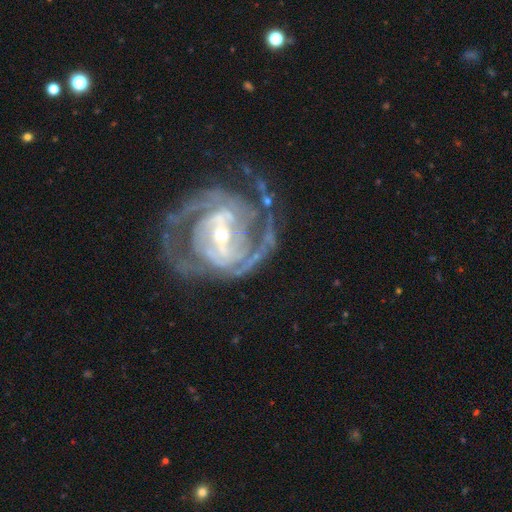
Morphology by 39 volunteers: Smooth or featured? featured or disk (95%)
Edge-on disk? no (100%)
Bar? strong (57%)
Spiral arms? yes (97%)
Spiral winding? tight (53%)
Spiral arm count? 2 (67%)
Bulge size? small (65%)
Merging? none (59%)